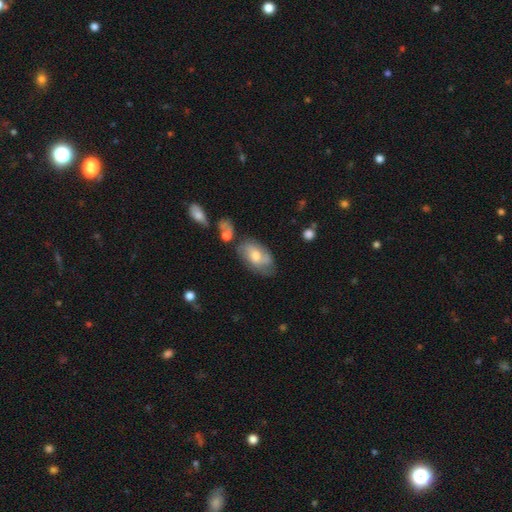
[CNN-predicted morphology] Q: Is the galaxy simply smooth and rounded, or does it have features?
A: smooth — 55%.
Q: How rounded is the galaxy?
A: in between — 91%.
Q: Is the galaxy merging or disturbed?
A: none — 56%.